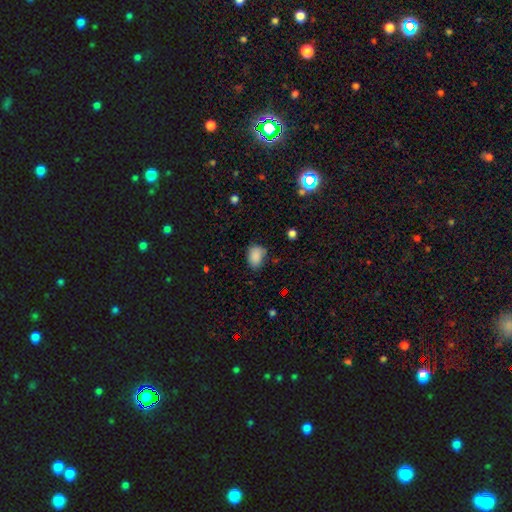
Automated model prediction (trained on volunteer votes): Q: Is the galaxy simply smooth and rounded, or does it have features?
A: smooth — 85%.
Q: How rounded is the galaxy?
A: in between — 76%.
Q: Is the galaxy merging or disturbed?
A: none — 62%.